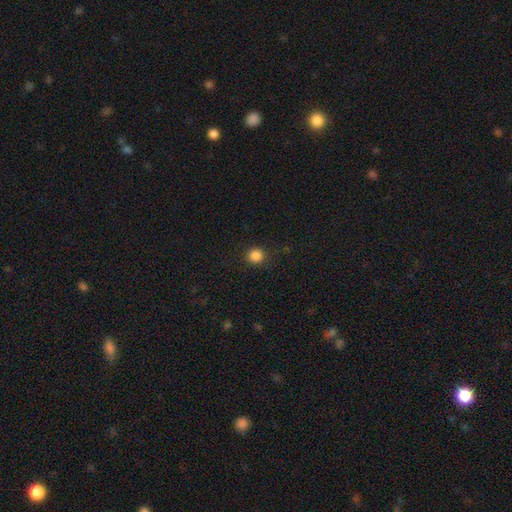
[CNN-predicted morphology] A smooth galaxy with no disk features (85%) that is round (91%).

Vote fractions:
- Smooth or featured? smooth: 85% / star or artifact: 11% / featured or disk: 3%
- How rounded? round: 91% / in between: 8% / cigar-shaped: 1%
- Merging? none: 89% / minor disturbance: 7% / major disturbance: 3% / merger: 1%